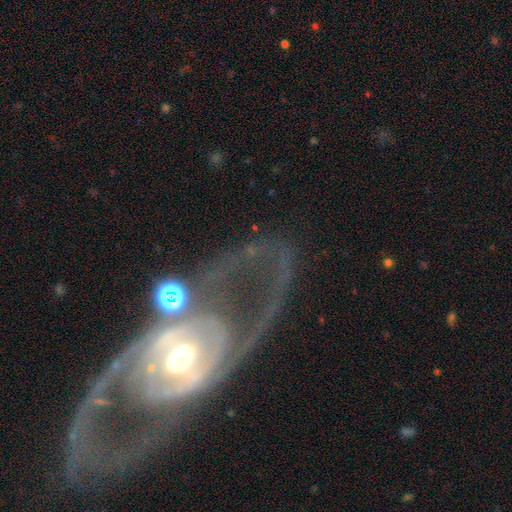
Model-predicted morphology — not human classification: Smooth or featured?
  - featured or disk: 82% *
  - smooth: 10%
  - star or artifact: 8%
Edge-on disk?
  - no: 93% *
  - yes: 7%
Bar?
  - no: 42% *
  - weak: 31%
  - strong: 27%
Spiral arms?
  - yes: 75% *
  - no: 25%
Spiral winding?
  - tight: 42% *
  - medium: 37%
  - loose: 21%
Spiral arm count?
  - 2: 56% *
  - can't tell: 23%
  - 1: 8%
  - 3: 6%
  - 4: 4%
  - more than 4: 4%
Bulge size?
  - moderate: 64% *
  - small: 17%
  - large: 15%
  - dominant: 3%
  - none: 2%
Merging?
  - none: 58% *
  - major disturbance: 20%
  - minor disturbance: 15%
  - merger: 7%